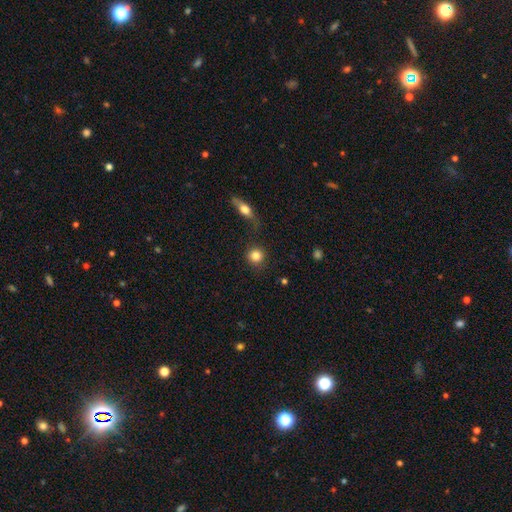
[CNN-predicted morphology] smooth_or_featured: smooth (p=0.84) [alt: star or artifact p=0.09]
how_rounded: round (p=0.90) [alt: in between p=0.08]
merging: none (p=0.84) [alt: minor disturbance p=0.09]